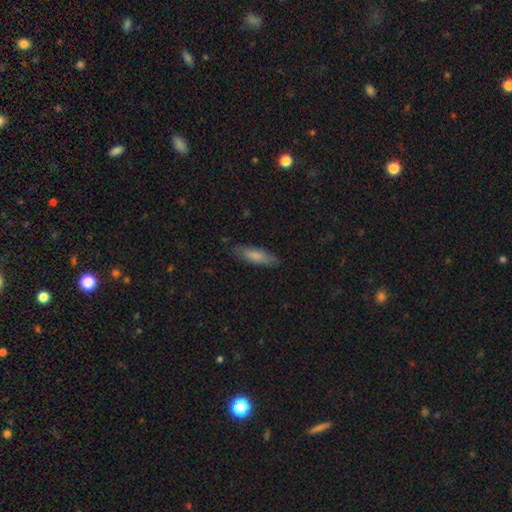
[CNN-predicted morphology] smooth-or-featured: smooth: 76% | featured or disk: 18% | star or artifact: 6%
  how-rounded: cigar-shaped: 53% | in between: 45% | round: 2%
  merging: none: 82% | minor disturbance: 14% | major disturbance: 3% | merger: 1%